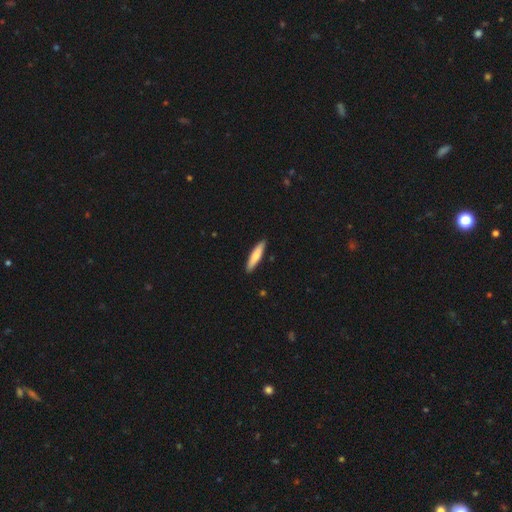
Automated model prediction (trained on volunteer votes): Smooth or featured? Predicted: smooth (p=0.74). How rounded? Predicted: cigar-shaped (p=0.84). Merging? Predicted: none (p=0.90).